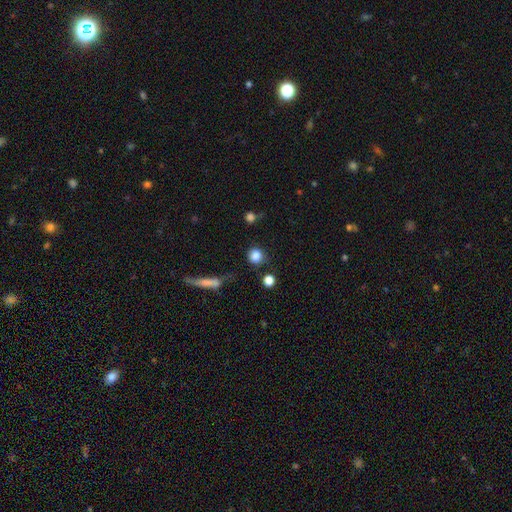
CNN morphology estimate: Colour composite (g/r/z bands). It shows a smooth galaxy with no disk features (84%) that is round (87%). Merging: none (75%).